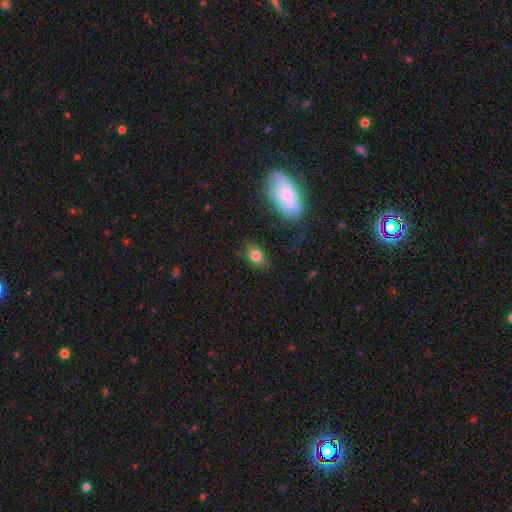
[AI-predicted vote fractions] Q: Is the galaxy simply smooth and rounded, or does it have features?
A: smooth — 81%.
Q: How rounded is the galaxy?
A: in between — 77%.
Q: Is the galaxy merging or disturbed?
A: none — 82%.